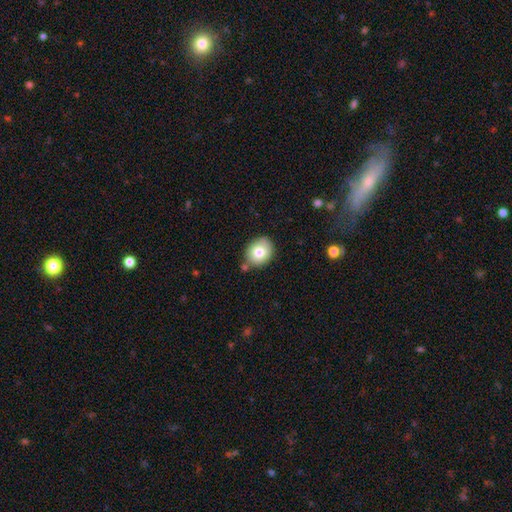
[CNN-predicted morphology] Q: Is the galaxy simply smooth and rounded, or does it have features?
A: smooth — 78%.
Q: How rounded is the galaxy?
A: round — 58%.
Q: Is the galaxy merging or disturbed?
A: none — 79%.